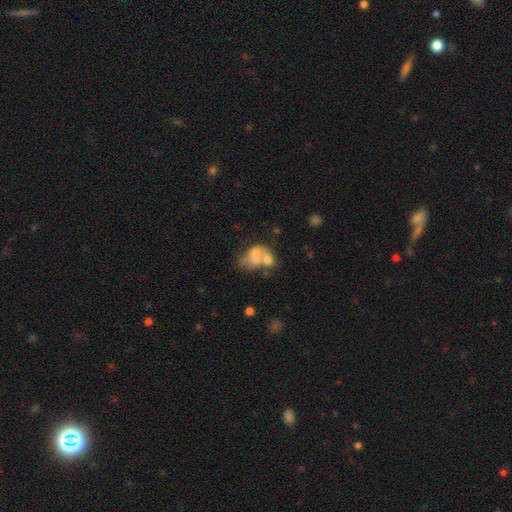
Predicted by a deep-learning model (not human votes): This is possibly a smooth galaxy (53%). How rounded: likely in between (70%). Merging: likely merger (63%).